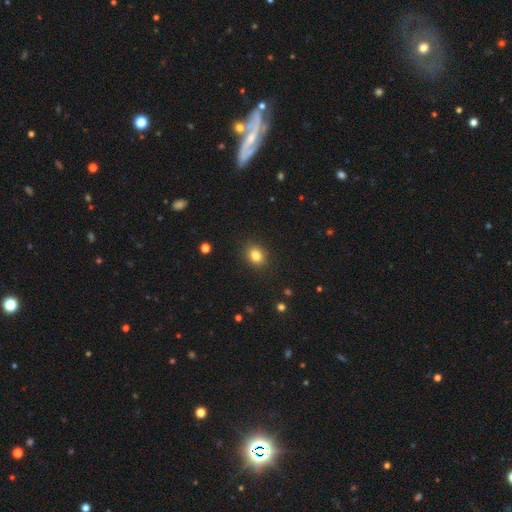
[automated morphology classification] This is clearly a smooth galaxy (84%). How rounded: possibly in between (54%). Merging: clearly none (88%).